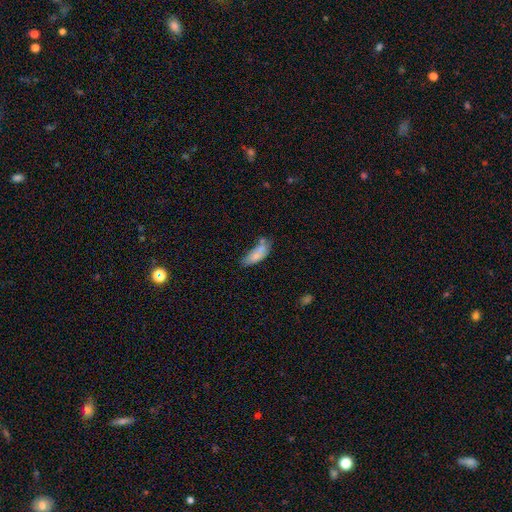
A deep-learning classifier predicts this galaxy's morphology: Smooth or featured: smooth — 70% (featured or disk — 20%)
How rounded: in between — 69% (cigar-shaped — 29%)
Merging: none — 43% (minor disturbance — 26%)